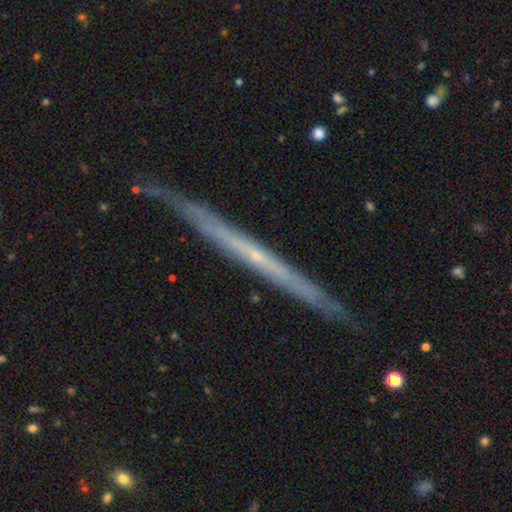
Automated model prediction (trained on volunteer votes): The model was most divided on "smooth or featured": featured or disk: 73%, smooth: 20%, star or artifact: 8%. More confident: edge-on disk — yes (95%); merging — none (84%); edge-on bulge — none (78%).